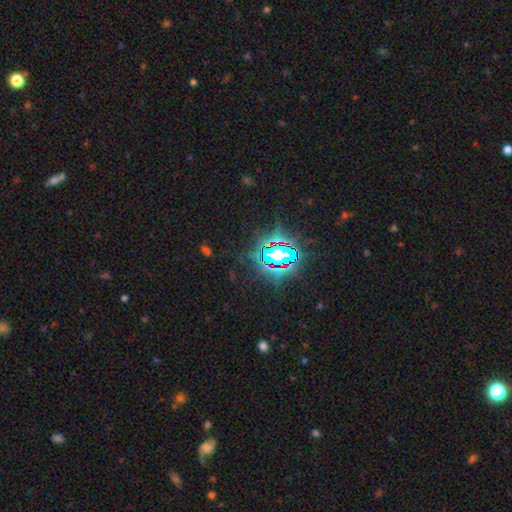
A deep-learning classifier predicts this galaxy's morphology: This is clearly a star or artifact rather than a galaxy (81%).